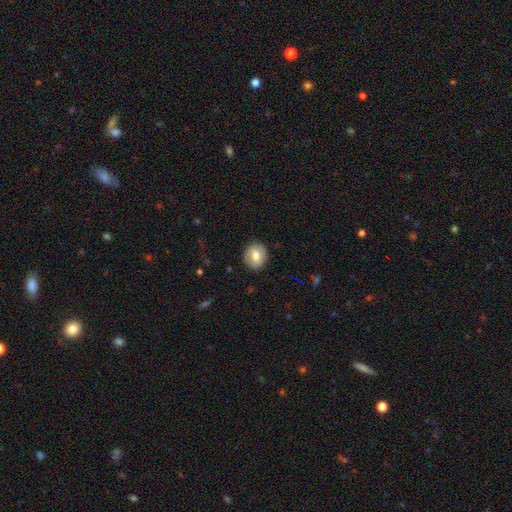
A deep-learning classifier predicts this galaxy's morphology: The model was most divided on "smooth or featured": smooth: 68%, featured or disk: 24%, star or artifact: 8%. More confident: merging — none (87%); how rounded — round (76%).